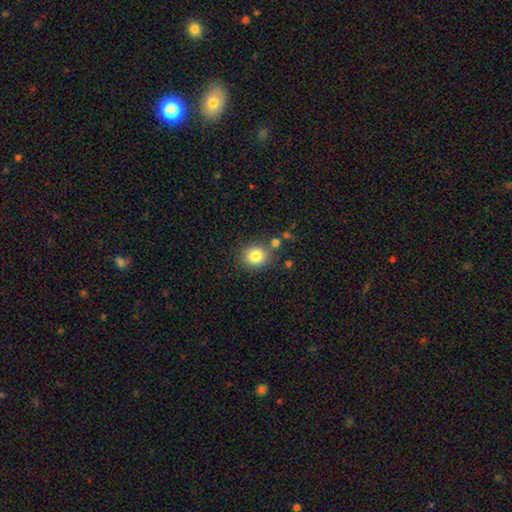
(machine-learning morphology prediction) Smooth or featured? Predicted: smooth (p=0.83). How rounded? Predicted: round (p=0.79). Merging? Predicted: none (p=0.77).